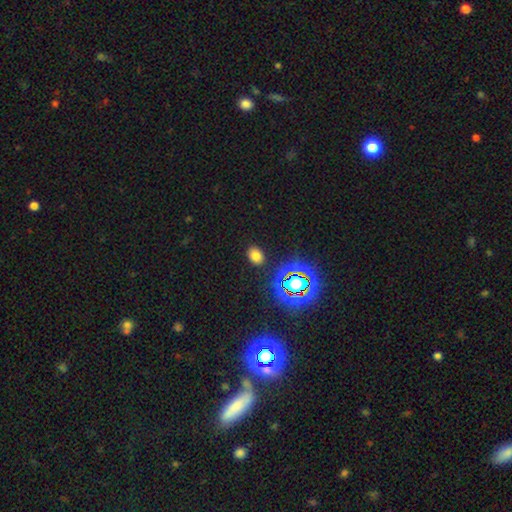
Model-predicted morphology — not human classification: smooth-or-featured: smooth: 71% | star or artifact: 22% | featured or disk: 7%
  how-rounded: in between: 66% | round: 32% | cigar-shaped: 1%
  merging: none: 87% | minor disturbance: 8% | major disturbance: 3% | merger: 2%